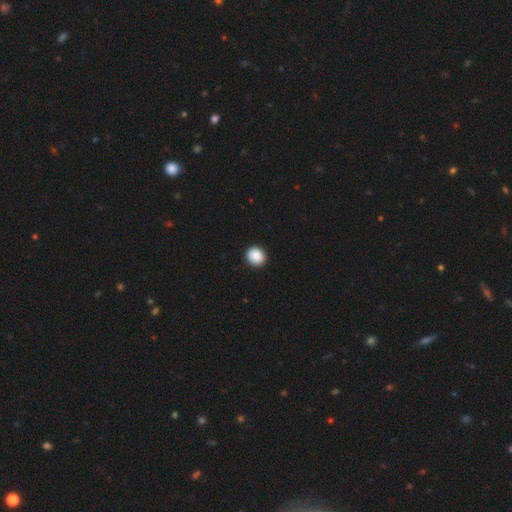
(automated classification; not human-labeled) Smooth or featured?
  - smooth: 89% *
  - star or artifact: 8%
  - featured or disk: 2%
How rounded?
  - round: 84% *
  - in between: 15%
  - cigar-shaped: 1%
Merging?
  - none: 92% *
  - minor disturbance: 5%
  - major disturbance: 2%
  - merger: 1%